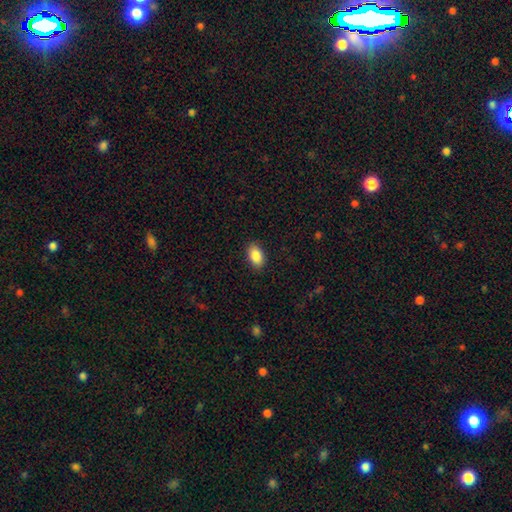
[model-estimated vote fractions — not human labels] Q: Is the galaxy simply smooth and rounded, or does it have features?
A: smooth — 88%.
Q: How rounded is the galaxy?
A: in between — 92%.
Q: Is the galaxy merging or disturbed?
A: none — 88%.